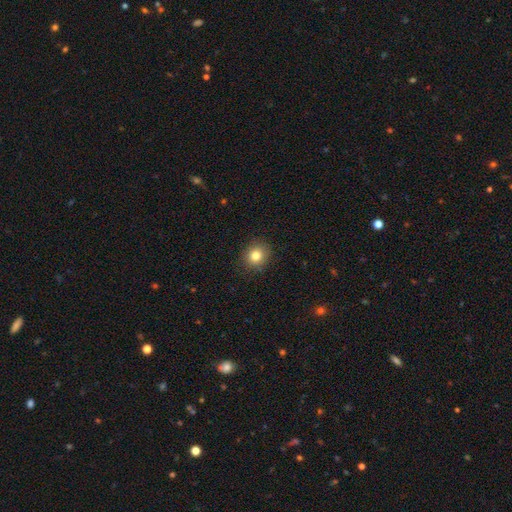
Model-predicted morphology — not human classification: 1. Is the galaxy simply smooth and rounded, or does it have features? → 81% smooth, 11% star or artifact, 8% featured or disk.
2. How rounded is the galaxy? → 80% round, 19% in between, 1% cigar-shaped.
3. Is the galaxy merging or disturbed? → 90% none, 7% minor disturbance, 2% major disturbance, 1% merger.